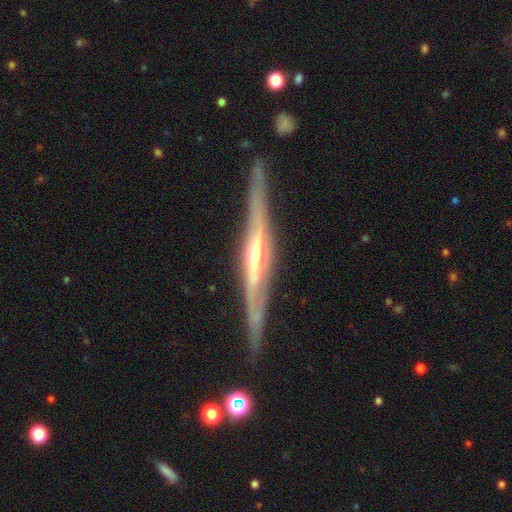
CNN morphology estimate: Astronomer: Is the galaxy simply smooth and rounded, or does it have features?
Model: featured or disk — 84%.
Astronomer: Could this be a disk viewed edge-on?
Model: yes — 95%.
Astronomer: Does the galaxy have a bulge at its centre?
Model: rounded — 70%.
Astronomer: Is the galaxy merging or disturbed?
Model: none — 84%.